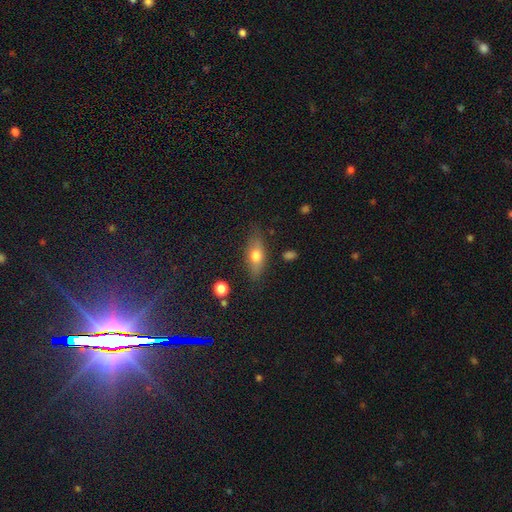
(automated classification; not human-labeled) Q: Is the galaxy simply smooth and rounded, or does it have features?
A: smooth — 66%.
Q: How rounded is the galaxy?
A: in between — 73%.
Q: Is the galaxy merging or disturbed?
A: none — 75%.